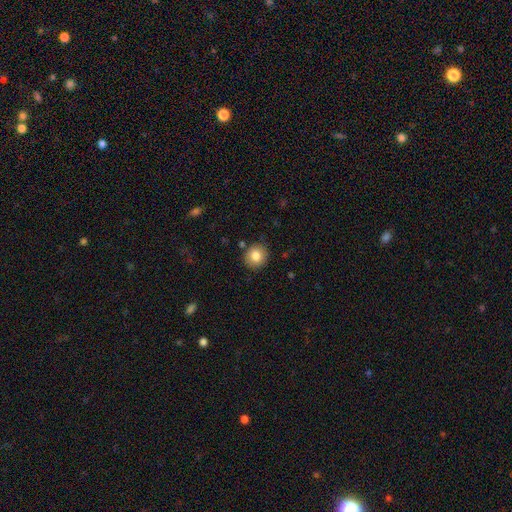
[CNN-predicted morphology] Q: Smooth or featured?
A: smooth (82%); runner-up: star or artifact (10%)
Q: How rounded?
A: round (86%); runner-up: in between (13%)
Q: Merging?
A: none (87%); runner-up: minor disturbance (8%)